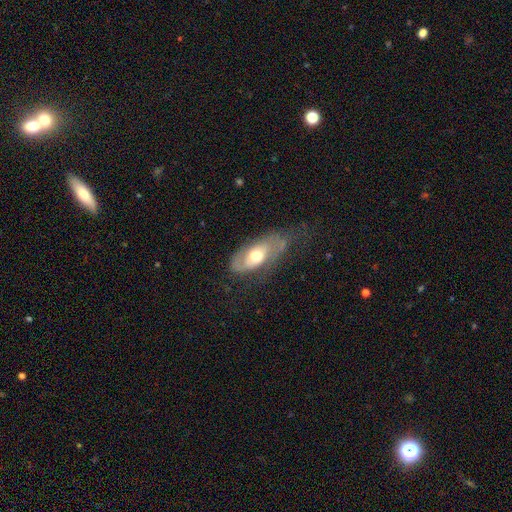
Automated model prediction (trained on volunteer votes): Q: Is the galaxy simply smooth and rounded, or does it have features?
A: featured or disk — 48%.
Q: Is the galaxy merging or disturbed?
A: none — 43%.